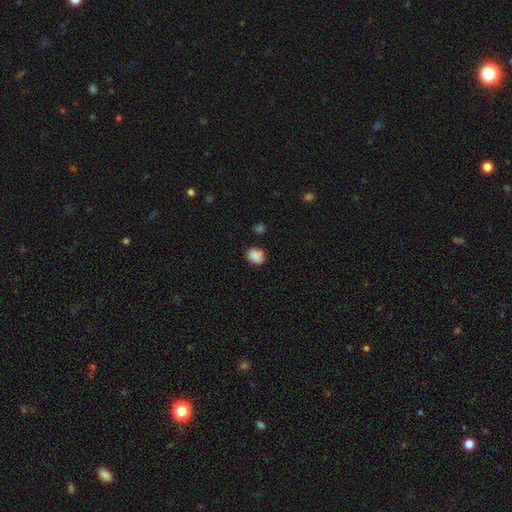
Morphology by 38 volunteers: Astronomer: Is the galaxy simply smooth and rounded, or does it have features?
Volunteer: smooth — 95%.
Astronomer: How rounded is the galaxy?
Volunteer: round — 61% (runner-up: in between, 39%).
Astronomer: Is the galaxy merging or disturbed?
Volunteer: none — 94%.